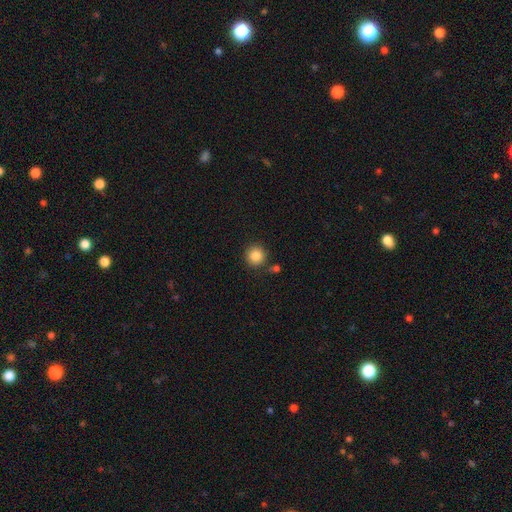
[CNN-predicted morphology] A smooth galaxy with no disk features (86%) that is round (94%).

Vote fractions:
- Smooth or featured? smooth: 86% / star or artifact: 10% / featured or disk: 5%
- How rounded? round: 94% / in between: 5% / cigar-shaped: 1%
- Merging? none: 84% / minor disturbance: 8% / merger: 5% / major disturbance: 2%